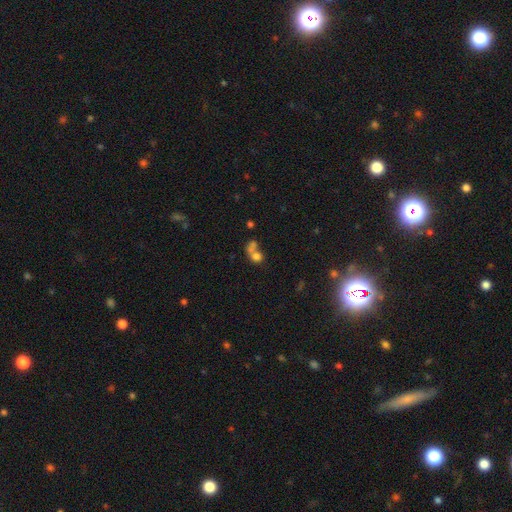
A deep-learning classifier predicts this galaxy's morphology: Smooth or featured?
  - smooth: 67% *
  - featured or disk: 18%
  - star or artifact: 15%
How rounded?
  - round: 67% *
  - in between: 31%
  - cigar-shaped: 1%
Merging?
  - merger: 62% *
  - none: 25%
  - major disturbance: 7%
  - minor disturbance: 6%